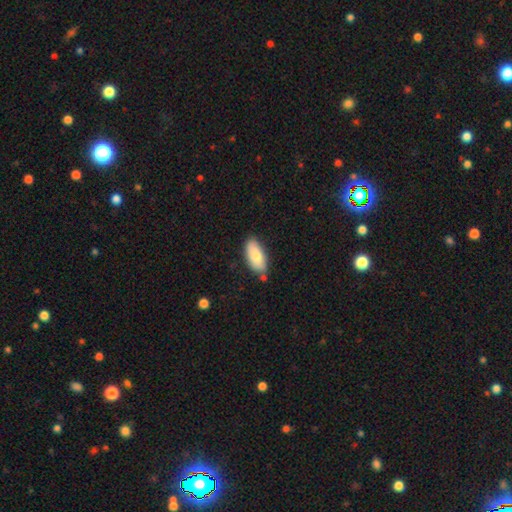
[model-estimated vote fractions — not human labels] Q: Smooth or featured?
A: smooth (85%); runner-up: featured or disk (9%)
Q: How rounded?
A: in between (88%); runner-up: cigar-shaped (10%)
Q: Merging?
A: none (75%); runner-up: minor disturbance (17%)